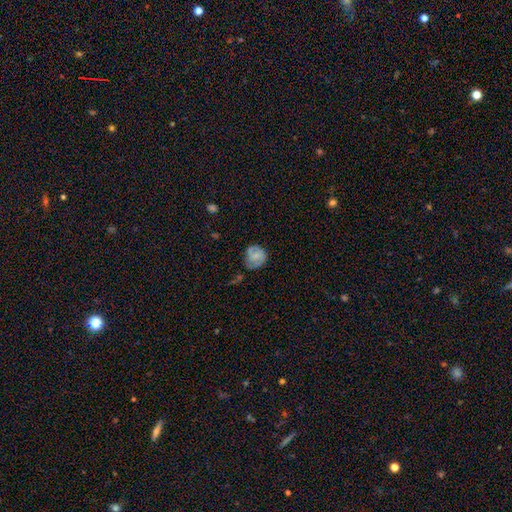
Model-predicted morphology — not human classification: smooth 52%, featured or disk 39%, star or artifact 9%. Down the decision tree: how rounded — round (77%); merging — none (57%).